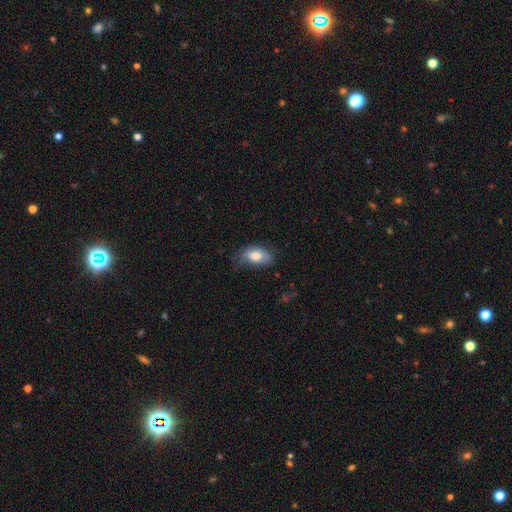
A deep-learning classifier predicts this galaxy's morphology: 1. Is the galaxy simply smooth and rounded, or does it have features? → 76% smooth, 17% featured or disk, 7% star or artifact.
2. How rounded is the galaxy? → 91% in between, 7% round, 3% cigar-shaped.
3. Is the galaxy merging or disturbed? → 52% none, 33% minor disturbance, 14% major disturbance, 2% merger.